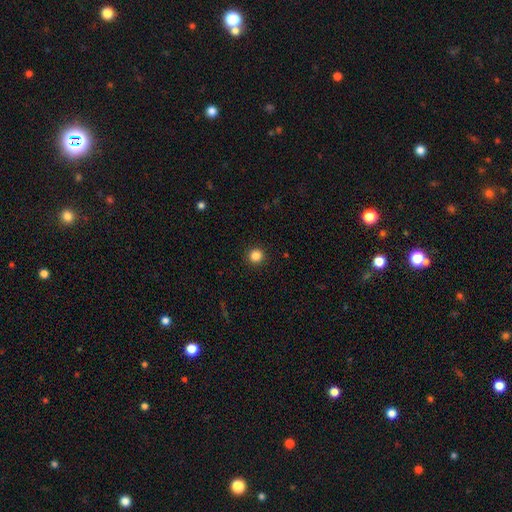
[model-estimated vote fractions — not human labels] Smooth or featured? Predicted: smooth (p=0.85). How rounded? Predicted: round (p=0.95). Merging? Predicted: none (p=0.93).